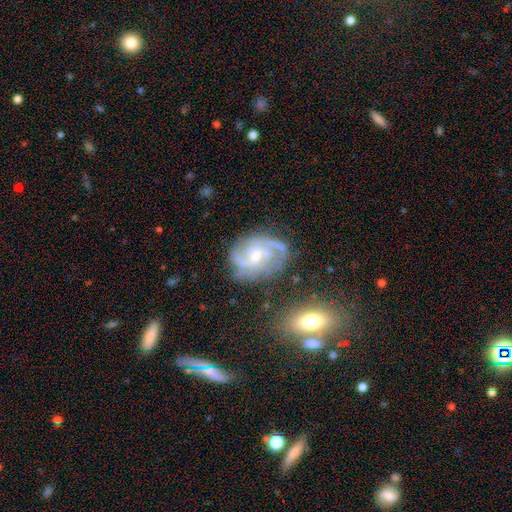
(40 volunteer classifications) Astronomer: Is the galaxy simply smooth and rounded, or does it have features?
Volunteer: featured or disk — 88%.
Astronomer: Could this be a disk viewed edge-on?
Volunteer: no — 97%.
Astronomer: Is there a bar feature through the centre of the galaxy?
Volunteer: no — 65%.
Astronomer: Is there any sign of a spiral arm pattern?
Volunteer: yes — 97%.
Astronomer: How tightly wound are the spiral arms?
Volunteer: medium — 48% (runner-up: tight, 45%).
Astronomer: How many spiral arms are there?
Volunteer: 3 — 42% (runner-up: 2, 33%).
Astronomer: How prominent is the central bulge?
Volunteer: small — 56% (runner-up: moderate, 41%).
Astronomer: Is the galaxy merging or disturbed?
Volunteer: none — 81%.